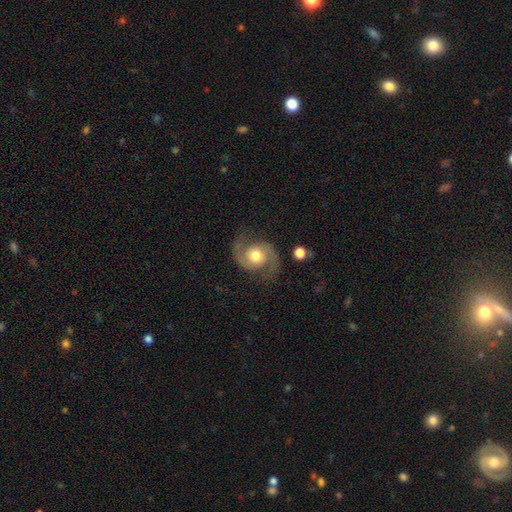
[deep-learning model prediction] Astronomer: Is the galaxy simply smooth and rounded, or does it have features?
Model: featured or disk — 89%.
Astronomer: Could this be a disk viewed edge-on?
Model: no — 98%.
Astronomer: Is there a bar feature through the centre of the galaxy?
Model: no — 70%.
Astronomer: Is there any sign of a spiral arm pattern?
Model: yes — 97%.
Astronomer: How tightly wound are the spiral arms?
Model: medium — 58%.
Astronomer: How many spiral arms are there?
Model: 2 — 94%.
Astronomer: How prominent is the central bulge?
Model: moderate — 72%.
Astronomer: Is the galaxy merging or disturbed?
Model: none — 81%.